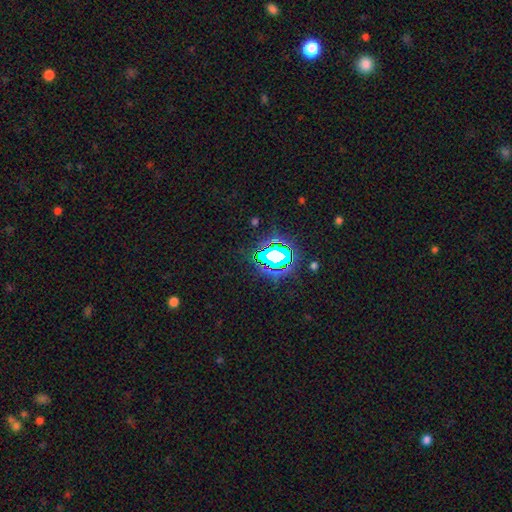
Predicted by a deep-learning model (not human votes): Overall: star or artifact (82%).